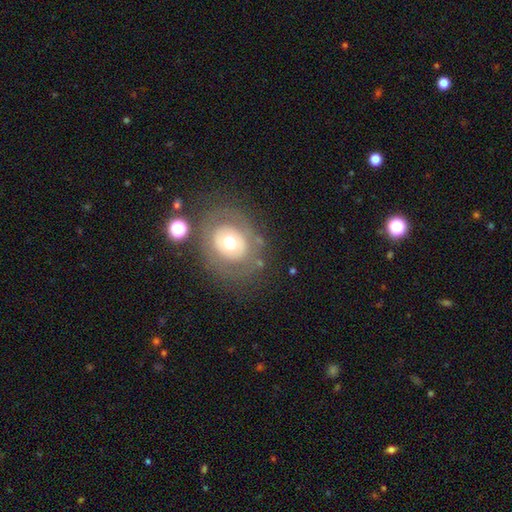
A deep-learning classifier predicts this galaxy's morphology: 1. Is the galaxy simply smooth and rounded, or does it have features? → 52% featured or disk, 32% smooth, 16% star or artifact.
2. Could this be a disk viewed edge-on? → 95% no, 5% yes.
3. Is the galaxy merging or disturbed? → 76% none, 13% minor disturbance, 7% major disturbance, 5% merger.